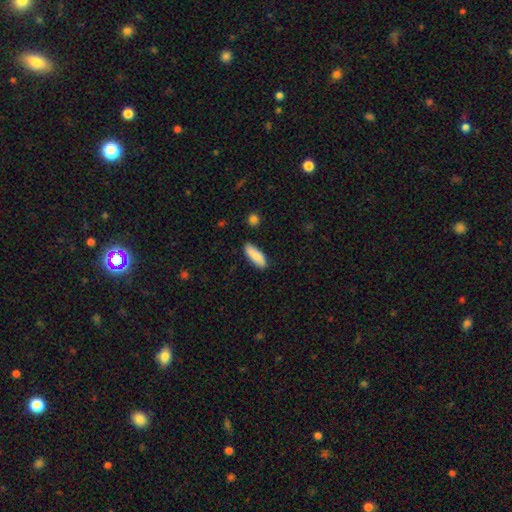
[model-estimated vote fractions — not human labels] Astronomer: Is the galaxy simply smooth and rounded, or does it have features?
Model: smooth — 85%.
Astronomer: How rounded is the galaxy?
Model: in between — 66%.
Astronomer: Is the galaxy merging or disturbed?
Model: none — 84%.